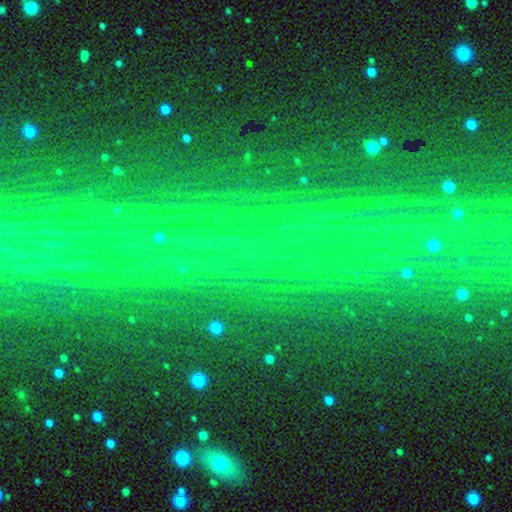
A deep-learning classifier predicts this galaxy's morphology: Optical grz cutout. It shows a star or artifact, not a galaxy (83%).